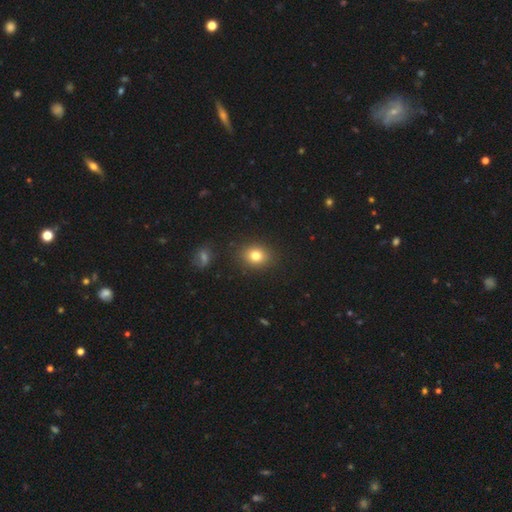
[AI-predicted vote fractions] smooth-or-featured: smooth: 80% | star or artifact: 12% | featured or disk: 8%
  how-rounded: round: 60% | in between: 39% | cigar-shaped: 1%
  merging: none: 87% | minor disturbance: 8% | major disturbance: 2% | merger: 2%